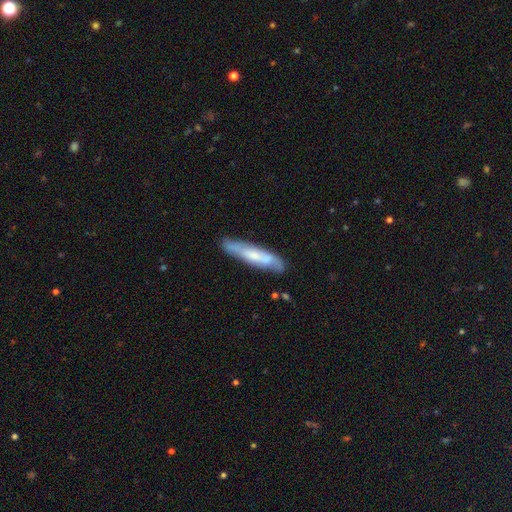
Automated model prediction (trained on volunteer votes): Smooth or featured: featured or disk — 50% (smooth — 44%)
Merging: none — 78% (minor disturbance — 16%)